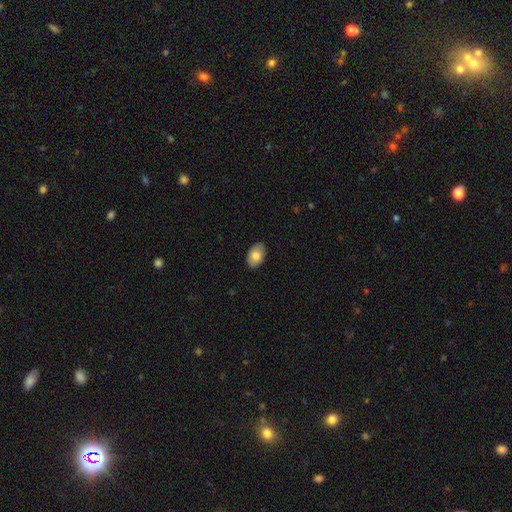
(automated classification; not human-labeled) Overall: smooth (81%). How rounded: in between (90%). Merging: none (87%).